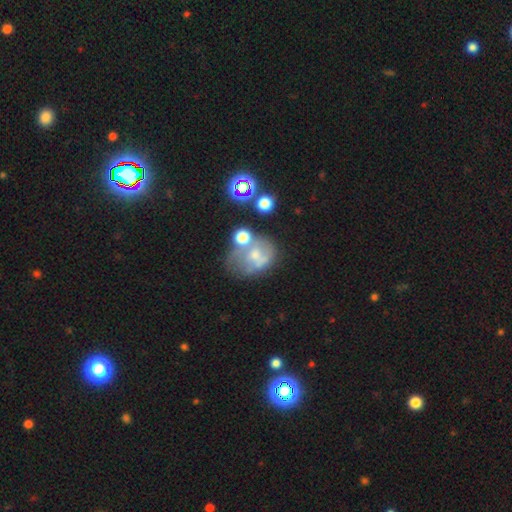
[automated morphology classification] Smooth or featured? Predicted: featured or disk (p=0.42). Merging? Predicted: none (p=0.32).